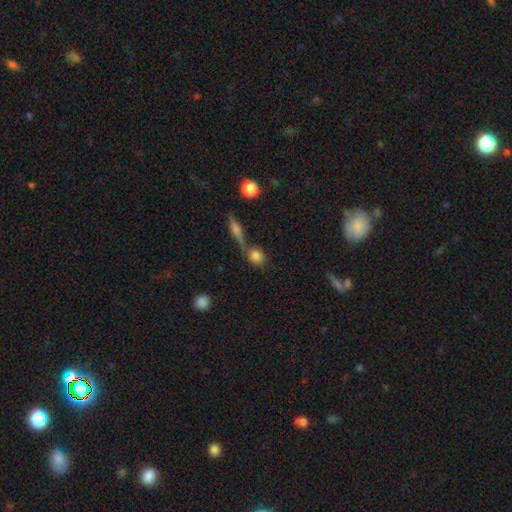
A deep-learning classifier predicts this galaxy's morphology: Smooth or featured: smooth — 78% (featured or disk — 11%)
How rounded: round — 70% (in between — 26%)
Merging: none — 58% (merger — 27%)